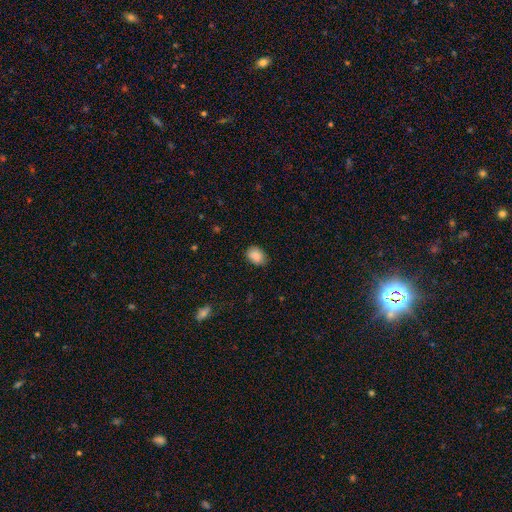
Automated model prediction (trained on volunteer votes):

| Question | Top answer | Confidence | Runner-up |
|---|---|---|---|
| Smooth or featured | smooth | 88% | star or artifact (8%) |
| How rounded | in between | 75% | round (24%) |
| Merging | none | 80% | minor disturbance (16%) |